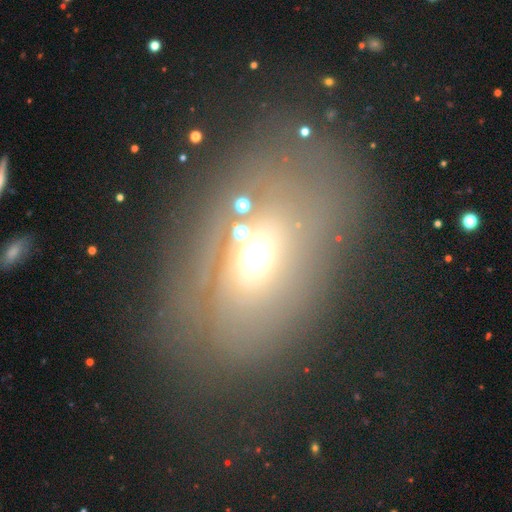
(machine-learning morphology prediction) This appears to be a smooth galaxy with no disk features (45%). Merging: none (70%).